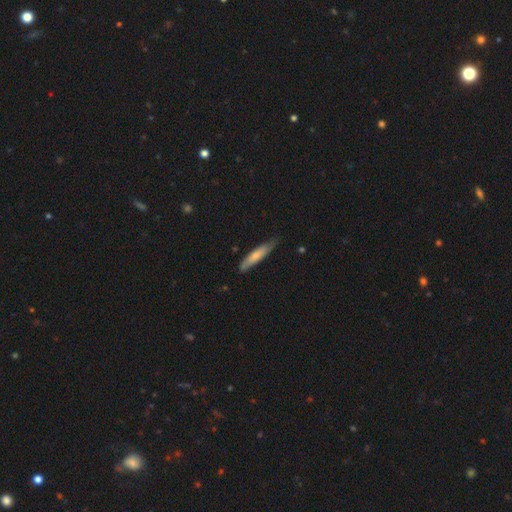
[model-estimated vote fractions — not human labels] A smooth galaxy with no disk features (68%) that is cigar-shaped (85%). Merging: none (75%).